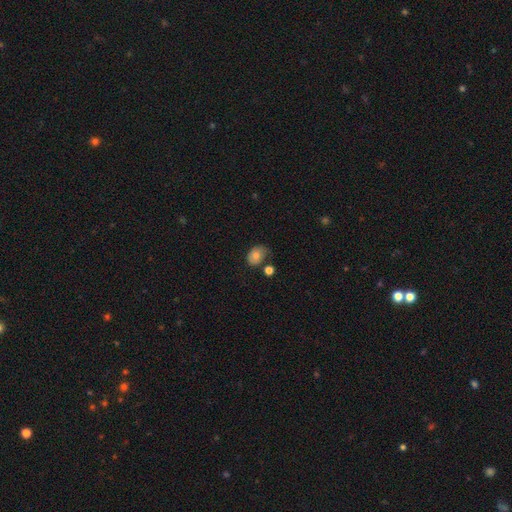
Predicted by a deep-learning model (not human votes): Smooth or featured? smooth (73%)
How rounded? in between (65%)
Merging? none (46%)